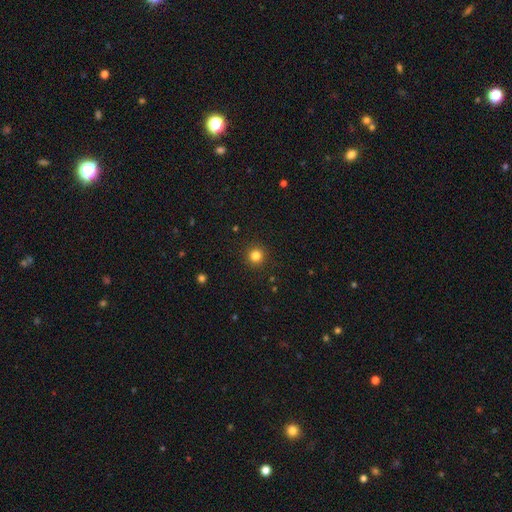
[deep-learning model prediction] smooth_or_featured: smooth (p=0.82) [alt: star or artifact p=0.13]
how_rounded: round (p=0.95) [alt: in between p=0.04]
merging: none (p=0.92) [alt: minor disturbance p=0.05]